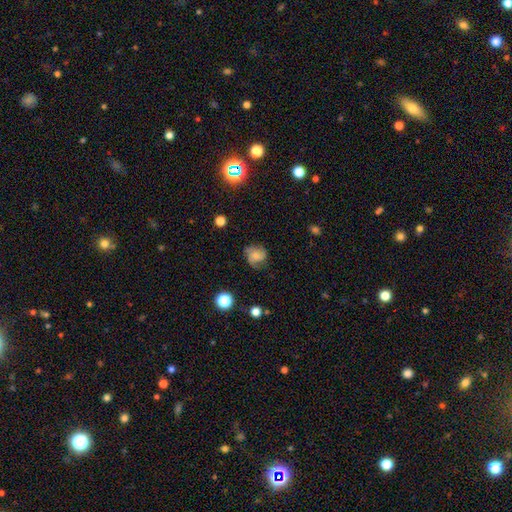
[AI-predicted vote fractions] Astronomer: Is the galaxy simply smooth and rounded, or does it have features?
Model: featured or disk — 50% (runner-up: smooth, 40%).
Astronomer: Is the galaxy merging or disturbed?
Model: none — 62%.